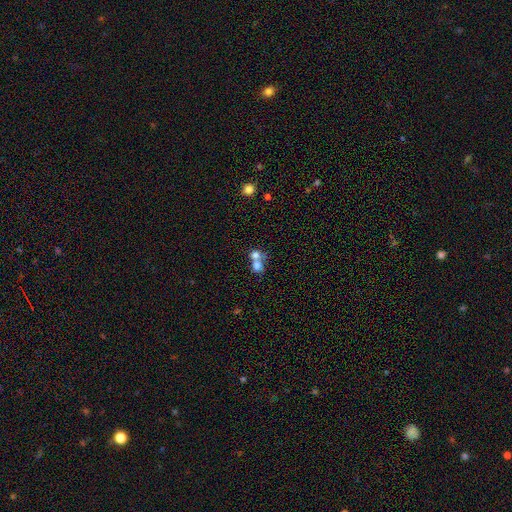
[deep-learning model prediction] smooth-or-featured: smooth: 73% | featured or disk: 15% | star or artifact: 12%
  how-rounded: round: 70% | in between: 29% | cigar-shaped: 1%
  merging: merger: 68% | none: 23% | minor disturbance: 5% | major disturbance: 4%